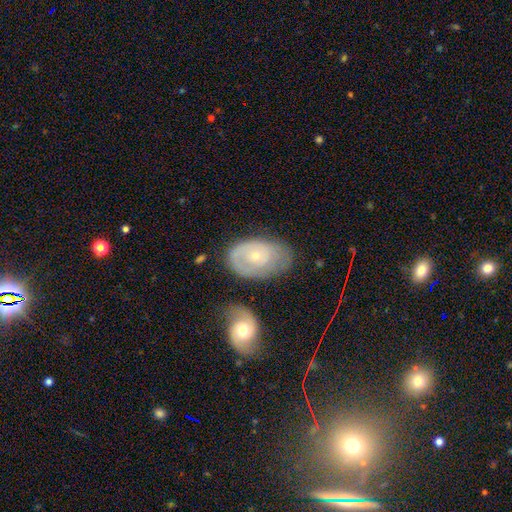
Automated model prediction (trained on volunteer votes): Smooth or featured?
  - featured or disk: 59% *
  - smooth: 35%
  - star or artifact: 7%
Edge-on disk?
  - no: 95% *
  - yes: 5%
Bar?
  - no: 83% *
  - weak: 14%
  - strong: 3%
Spiral arms?
  - yes: 63% *
  - no: 37%
Bulge size?
  - small: 66% *
  - moderate: 31%
  - large: 1%
  - none: 1%
  - dominant: 1%
Merging?
  - none: 53% *
  - minor disturbance: 26%
  - major disturbance: 13%
  - merger: 8%